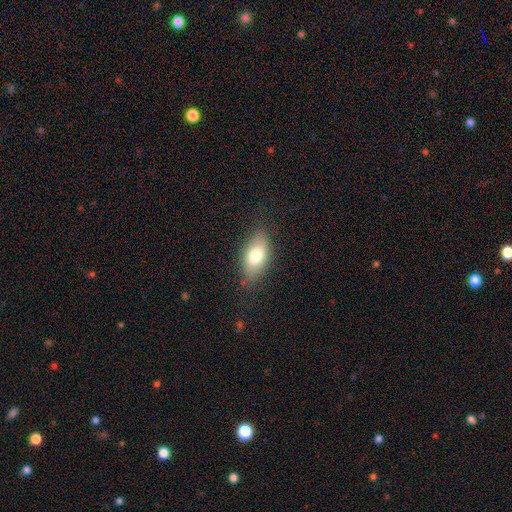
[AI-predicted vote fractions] smooth_or_featured: smooth (p=0.76) [alt: featured or disk p=0.16]
how_rounded: in between (p=0.89) [alt: cigar-shaped p=0.06]
merging: none (p=0.77) [alt: minor disturbance p=0.17]